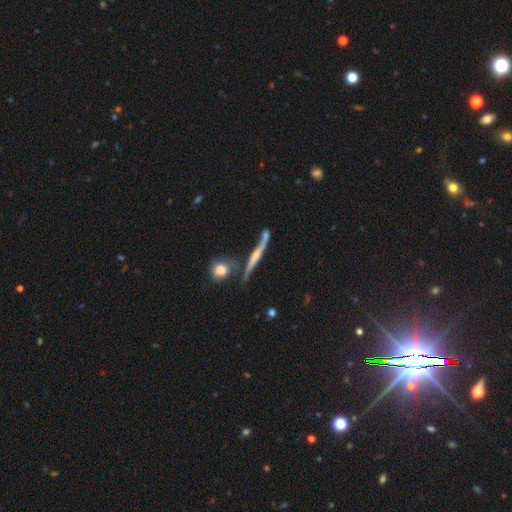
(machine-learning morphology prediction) featured or disk 70%, smooth 23%, star or artifact 7%. Down the decision tree: edge-on disk — yes (89%); edge-on bulge — rounded (60%); merging — none (63%).